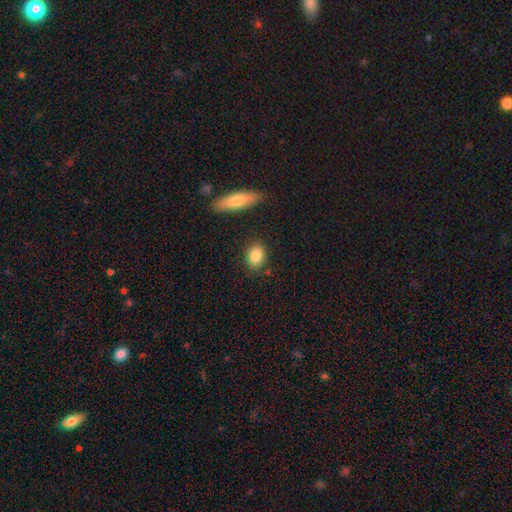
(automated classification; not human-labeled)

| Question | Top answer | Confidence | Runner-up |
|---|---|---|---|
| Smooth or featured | smooth | 86% | star or artifact (8%) |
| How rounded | in between | 58% | round (39%) |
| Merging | none | 83% | minor disturbance (11%) |